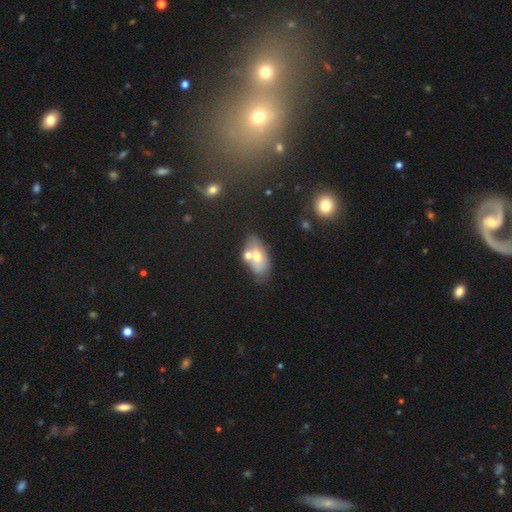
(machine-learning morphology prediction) This appears to be a smooth galaxy with no disk features (57%) that is in between round and cigar-shaped (90%). Merging: none (44%).